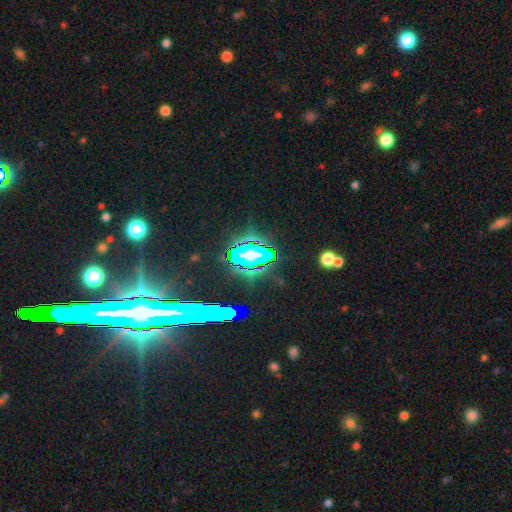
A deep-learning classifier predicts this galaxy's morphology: Smooth or featured? star or artifact (70%)